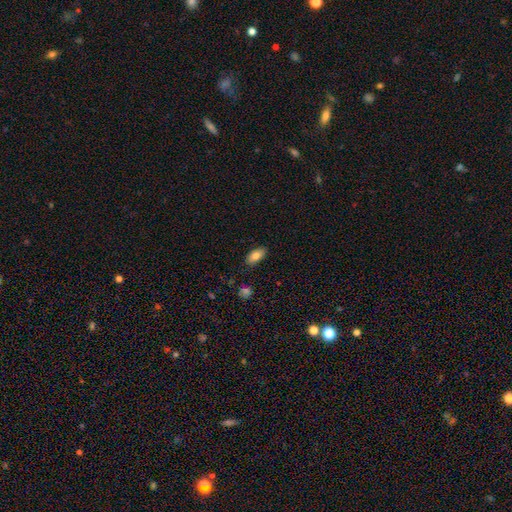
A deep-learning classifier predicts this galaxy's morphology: smooth_or_featured: smooth (p=0.82) [alt: featured or disk p=0.10]
how_rounded: in between (p=0.91) [alt: cigar-shaped p=0.06]
merging: none (p=0.86) [alt: minor disturbance p=0.11]